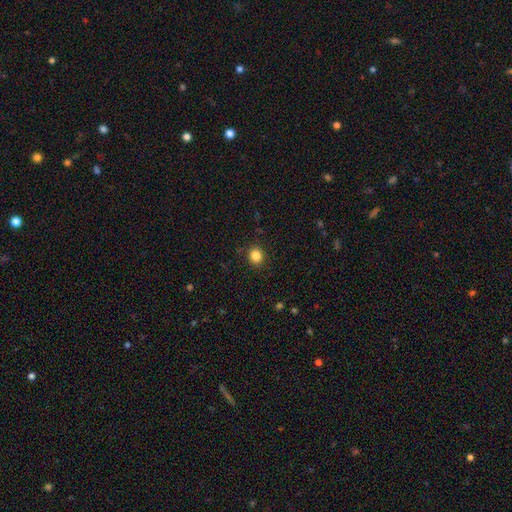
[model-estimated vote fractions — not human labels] The model was most divided on "how rounded": round: 81%, in between: 18%, cigar-shaped: 1%. More confident: merging — none (90%); smooth or featured — smooth (84%).